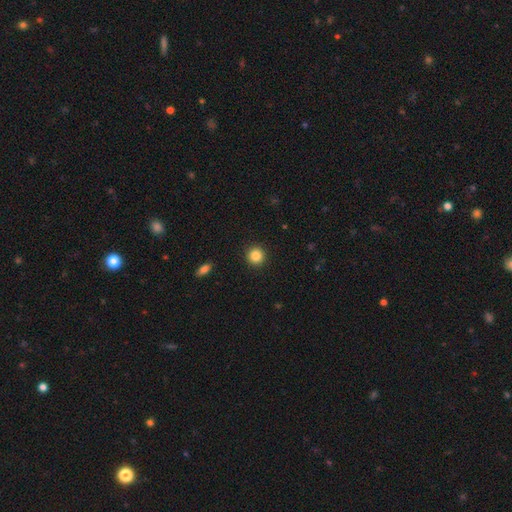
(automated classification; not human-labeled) Q: Smooth or featured?
A: smooth (85%); runner-up: star or artifact (10%)
Q: How rounded?
A: round (94%); runner-up: in between (5%)
Q: Merging?
A: none (92%); runner-up: minor disturbance (5%)